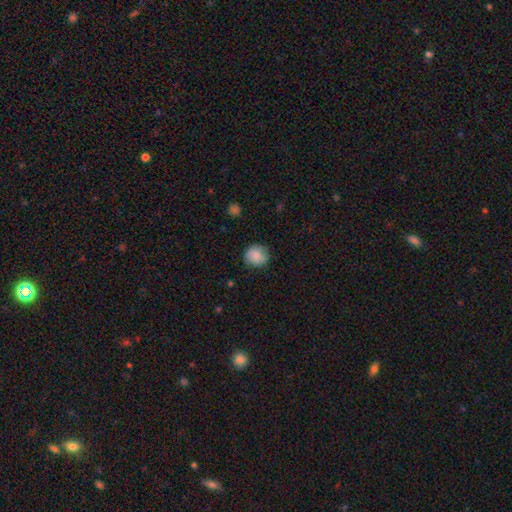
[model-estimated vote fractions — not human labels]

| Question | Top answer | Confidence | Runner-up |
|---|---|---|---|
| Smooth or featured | smooth | 82% | featured or disk (10%) |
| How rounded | round | 86% | in between (13%) |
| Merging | none | 77% | minor disturbance (18%) |